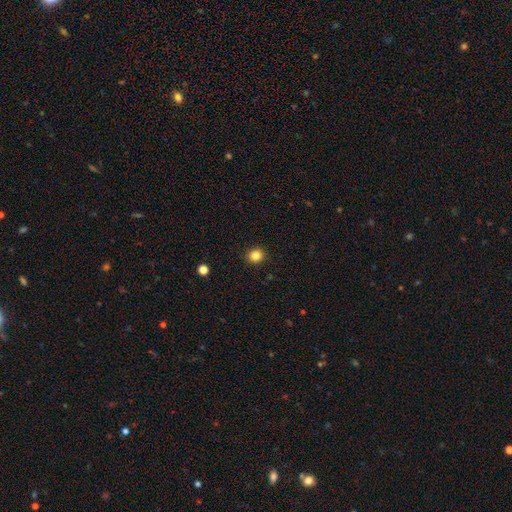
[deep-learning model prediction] Morphology: type=smooth (84%); roundness=round (81%); merging=none (92%).